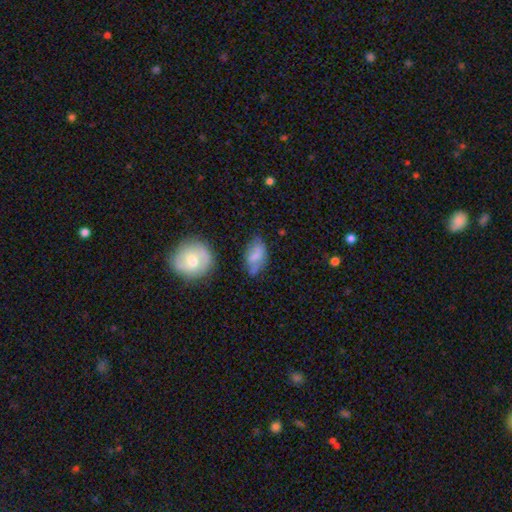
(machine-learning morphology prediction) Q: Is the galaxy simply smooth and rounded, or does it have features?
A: smooth — 65%.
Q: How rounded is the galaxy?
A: in between — 90%.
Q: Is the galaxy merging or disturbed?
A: none — 52%.